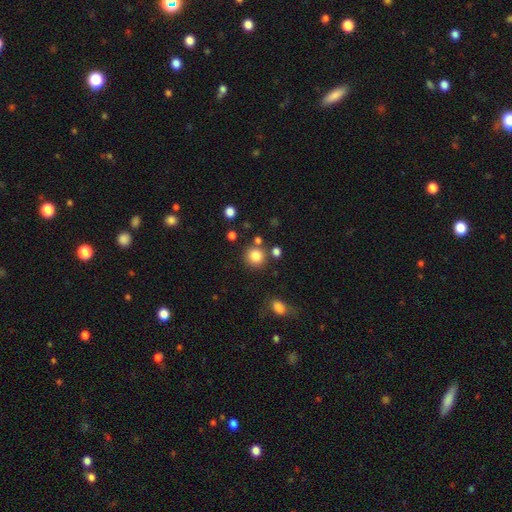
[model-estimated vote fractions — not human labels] Smooth or featured? smooth (83%)
How rounded? round (91%)
Merging? none (79%)